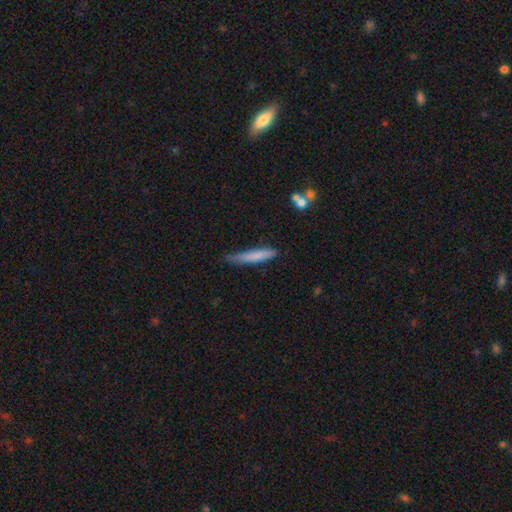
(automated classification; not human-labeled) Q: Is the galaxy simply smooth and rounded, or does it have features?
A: smooth — 76%.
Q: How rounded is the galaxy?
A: cigar-shaped — 91%.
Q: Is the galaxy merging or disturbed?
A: none — 63%.